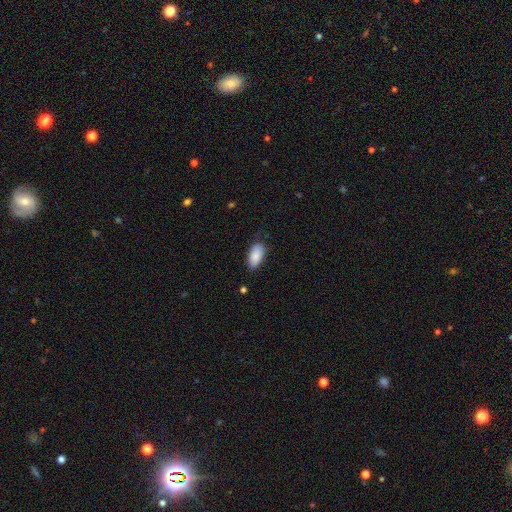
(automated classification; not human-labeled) Smooth or featured? Predicted: smooth (p=0.87). How rounded? Predicted: in between (p=0.93). Merging? Predicted: none (p=0.74).